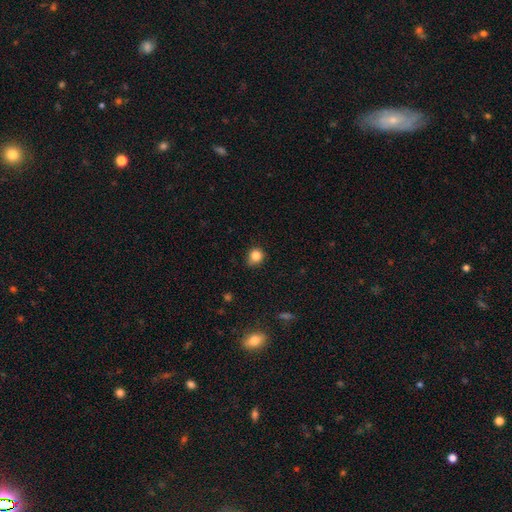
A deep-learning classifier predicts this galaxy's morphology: This appears to be a smooth galaxy with no disk features (83%) that is round (80%). Merging: none (74%).